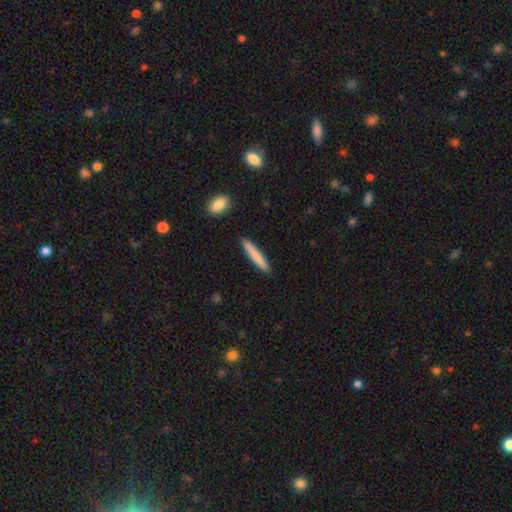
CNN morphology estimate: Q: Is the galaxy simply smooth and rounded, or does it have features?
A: smooth — 78%.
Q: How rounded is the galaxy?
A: cigar-shaped — 95%.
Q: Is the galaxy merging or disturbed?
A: none — 90%.